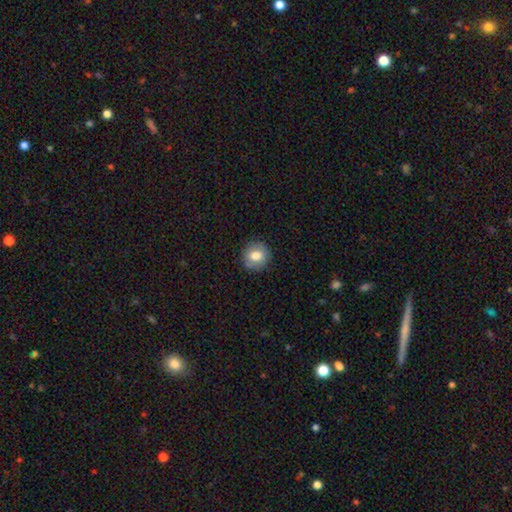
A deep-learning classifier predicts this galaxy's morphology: Smooth or featured? smooth (76%)
How rounded? round (84%)
Merging? none (87%)